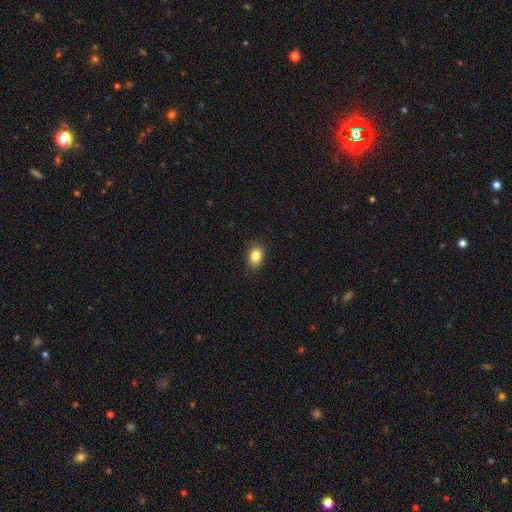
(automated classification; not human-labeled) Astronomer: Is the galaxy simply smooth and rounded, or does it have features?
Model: smooth — 85%.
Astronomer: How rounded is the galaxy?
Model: in between — 71%.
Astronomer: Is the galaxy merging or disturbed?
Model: none — 87%.